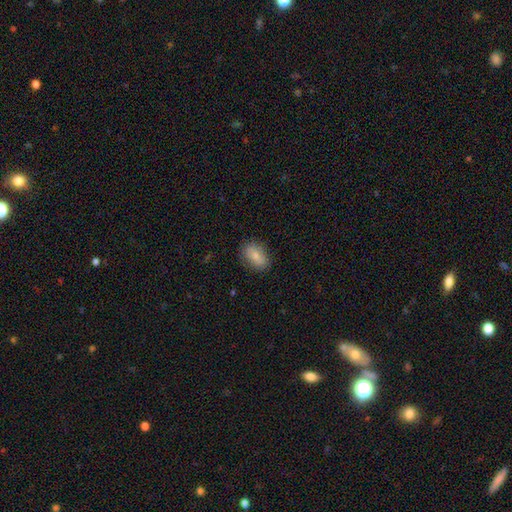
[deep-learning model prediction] A smooth galaxy with no disk features (74%) that is in between round and cigar-shaped (86%). Merging: none (82%).